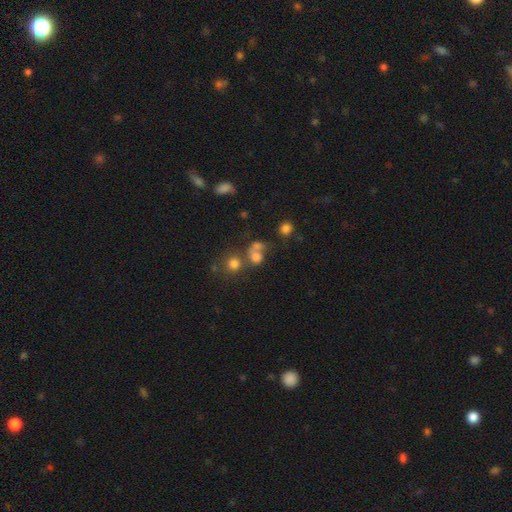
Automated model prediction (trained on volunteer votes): Smooth or featured: smooth — 65% (star or artifact — 21%)
How rounded: round — 74% (in between — 24%)
Merging: none — 42% (merger — 38%)